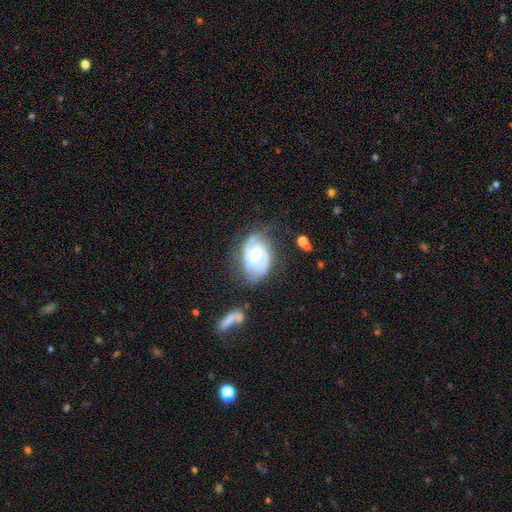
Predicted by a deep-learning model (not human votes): smooth-or-featured: featured or disk: 79% | smooth: 15% | star or artifact: 6%
  disk-edge-on: no: 97% | yes: 3%
    bar: weak: 48% | no: 43% | strong: 10%
    has-spiral-arms: yes: 93% | no: 7%
      spiral-winding: tight: 45% | medium: 43% | loose: 12%
      spiral-arm-count: 2: 67% | can't tell: 16% | 3: 9% | 1: 4% | 4: 2% | more than 4: 2%
    bulge-size: small: 47% | moderate: 41% | none: 7% | large: 5% | dominant: 1%
  merging: none: 55% | minor disturbance: 26% | major disturbance: 14% | merger: 6%